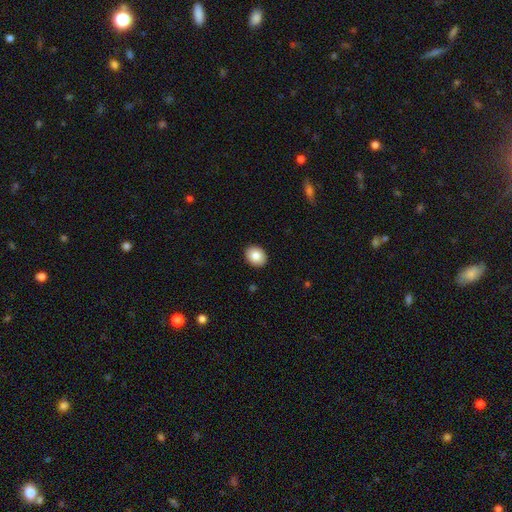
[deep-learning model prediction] Smooth or featured? Predicted: smooth (p=0.85). How rounded? Predicted: round (p=0.51). Merging? Predicted: none (p=0.91).